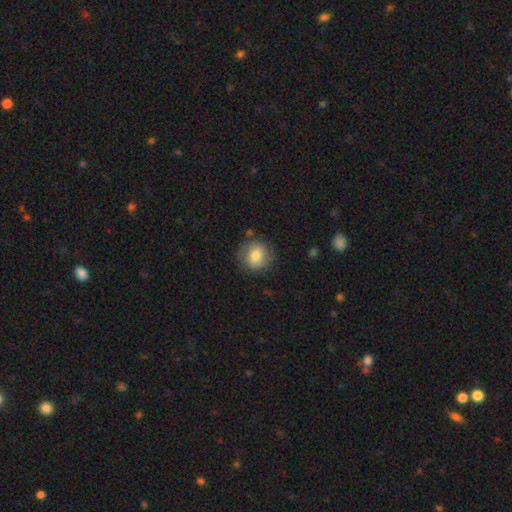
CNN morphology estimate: Q: Smooth or featured?
A: smooth (73%); runner-up: featured or disk (19%)
Q: How rounded?
A: round (83%); runner-up: in between (16%)
Q: Merging?
A: none (79%); runner-up: minor disturbance (15%)